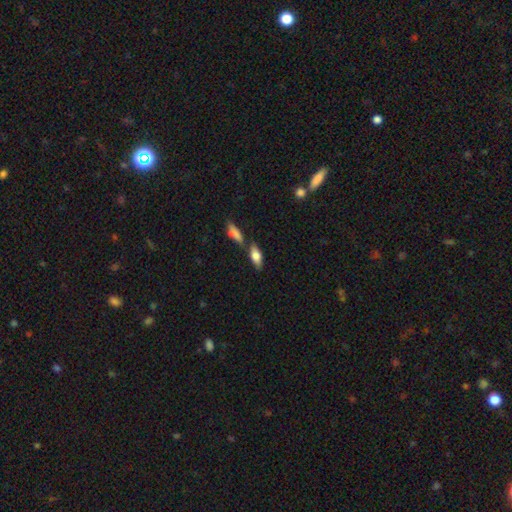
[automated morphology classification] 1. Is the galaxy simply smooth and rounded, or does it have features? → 73% smooth, 20% featured or disk, 7% star or artifact.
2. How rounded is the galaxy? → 76% in between, 21% cigar-shaped, 3% round.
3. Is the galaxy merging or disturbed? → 61% none, 21% merger, 13% minor disturbance, 4% major disturbance.